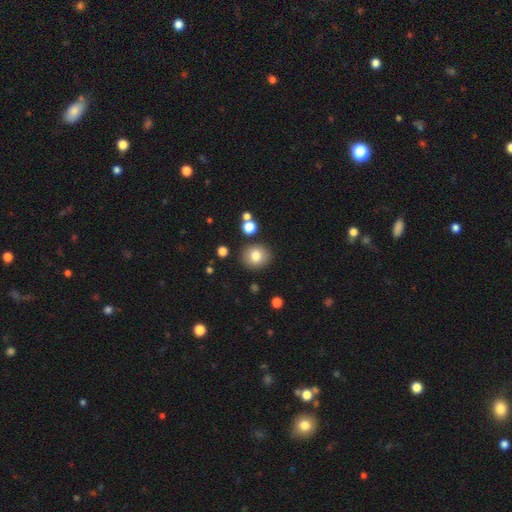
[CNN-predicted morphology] Q: Smooth or featured?
A: smooth (79%); runner-up: featured or disk (10%)
Q: How rounded?
A: round (77%); runner-up: in between (22%)
Q: Merging?
A: none (85%); runner-up: minor disturbance (9%)